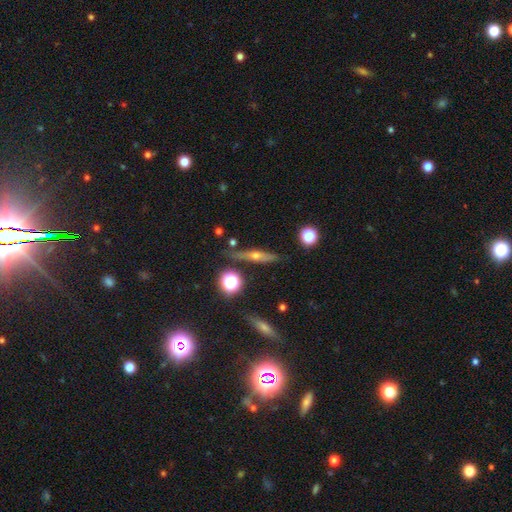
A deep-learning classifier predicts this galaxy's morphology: Smooth or featured?
  - featured or disk: 61% *
  - smooth: 28%
  - star or artifact: 11%
Edge-on disk?
  - yes: 92% *
  - no: 8%
Edge-on bulge?
  - rounded: 89% *
  - none: 7%
  - boxy: 3%
Merging?
  - none: 82% *
  - minor disturbance: 11%
  - merger: 4%
  - major disturbance: 3%